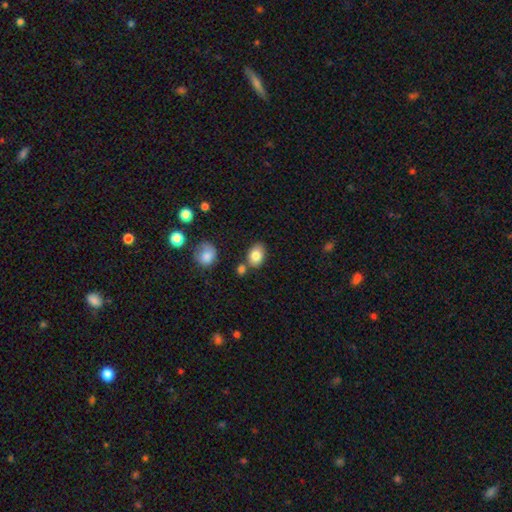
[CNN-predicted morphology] The model was most divided on "merging": none: 70%, minor disturbance: 14%, merger: 12%, major disturbance: 3%. More confident: smooth or featured — smooth (83%); how rounded — in between (81%).